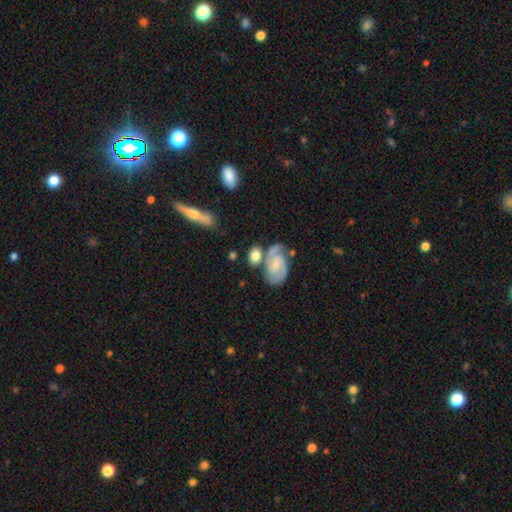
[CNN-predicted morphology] Smooth or featured: featured or disk — 46% (tied with smooth — 46%)
Merging: none — 55% (merger — 24%)